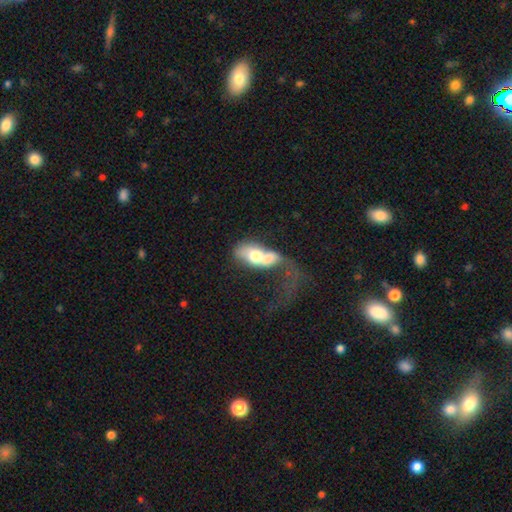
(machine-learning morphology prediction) This appears to be a smooth galaxy with no disk features (50%) that is in between round and cigar-shaped (78%). Merging: merger (55%).